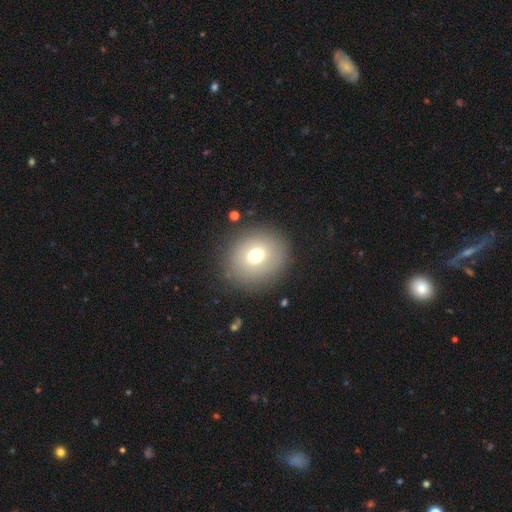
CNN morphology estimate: smooth 70%, featured or disk 17%, star or artifact 14%. Down the decision tree: how rounded — round (82%); merging — none (86%).